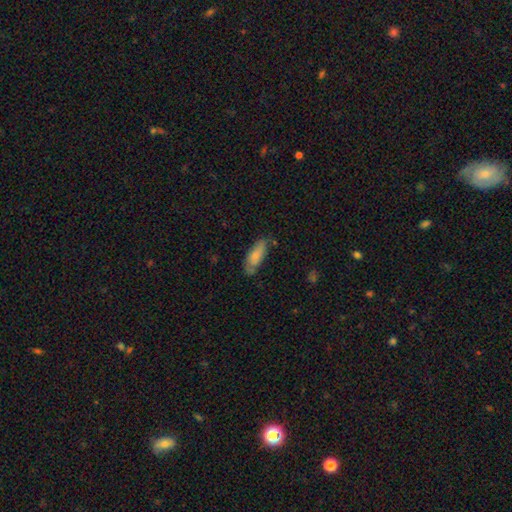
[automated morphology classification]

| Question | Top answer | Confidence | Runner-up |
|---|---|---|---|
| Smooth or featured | smooth | 76% | featured or disk (18%) |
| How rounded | in between | 70% | cigar-shaped (28%) |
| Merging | none | 63% | minor disturbance (27%) |